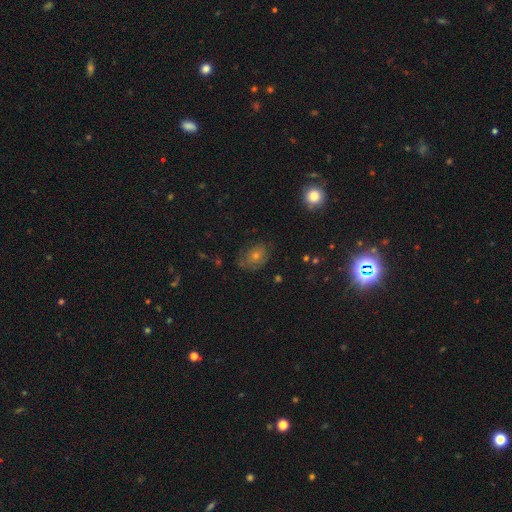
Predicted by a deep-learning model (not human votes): Smooth or featured?
  - smooth: 40% *
  - star or artifact: 30%
  - featured or disk: 29%
Merging?
  - none: 69% *
  - minor disturbance: 20%
  - major disturbance: 9%
  - merger: 2%